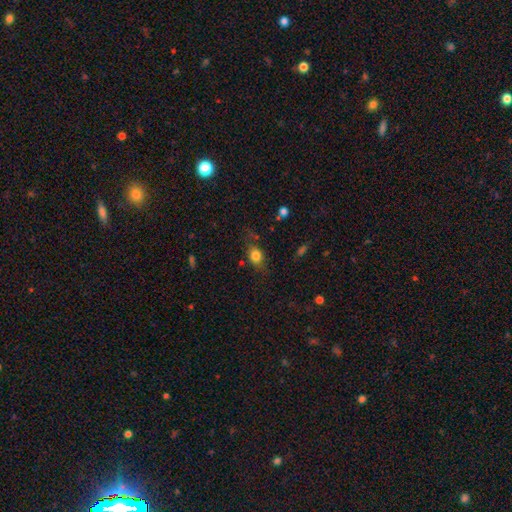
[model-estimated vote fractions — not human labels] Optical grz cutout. It shows a smooth galaxy with no disk features (78%) that is in between round and cigar-shaped (64%). Merging: none (68%).